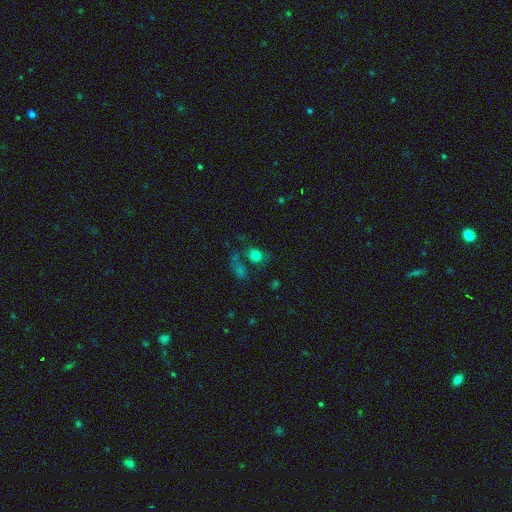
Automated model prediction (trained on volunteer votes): Morphology: type=smooth (70%); roundness=round (63%); merging=none (50%).